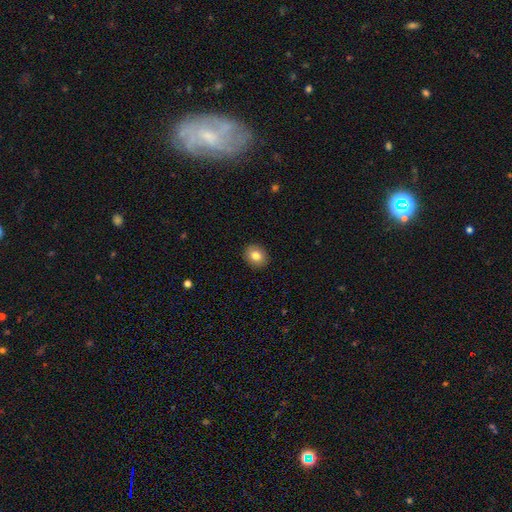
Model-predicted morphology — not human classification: smooth 82%, featured or disk 9%, star or artifact 9%. Down the decision tree: how rounded — round (67%); merging — none (91%).